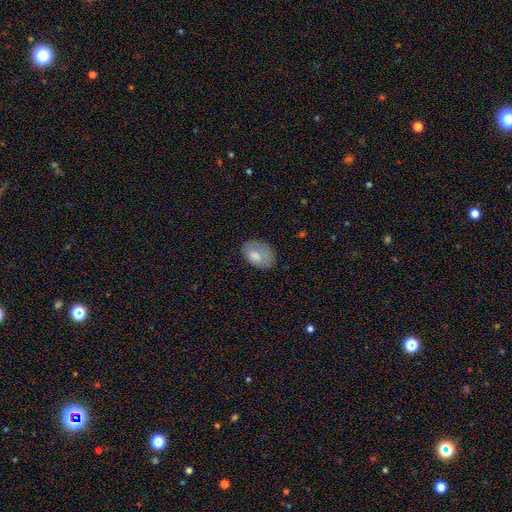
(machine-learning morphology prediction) The model was most divided on "merging": none: 60%, minor disturbance: 27%, major disturbance: 11%, merger: 2%. More confident: how rounded — in between (85%); smooth or featured — smooth (70%).